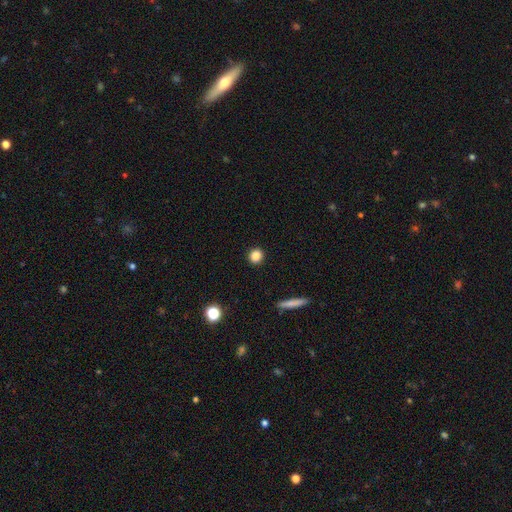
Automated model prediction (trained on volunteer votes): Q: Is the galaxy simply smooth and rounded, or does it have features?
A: smooth — 85%.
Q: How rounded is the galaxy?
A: round — 89%.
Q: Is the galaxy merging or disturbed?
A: none — 92%.